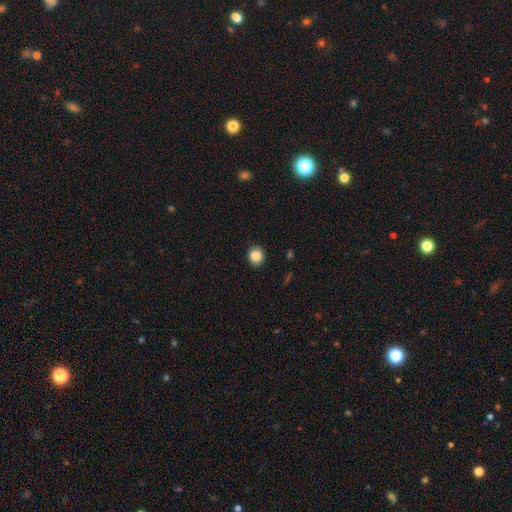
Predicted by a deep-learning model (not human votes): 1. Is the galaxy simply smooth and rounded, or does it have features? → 86% smooth, 10% star or artifact, 4% featured or disk.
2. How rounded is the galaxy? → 82% round, 18% in between, 1% cigar-shaped.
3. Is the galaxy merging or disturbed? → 91% none, 6% minor disturbance, 2% major disturbance, 1% merger.